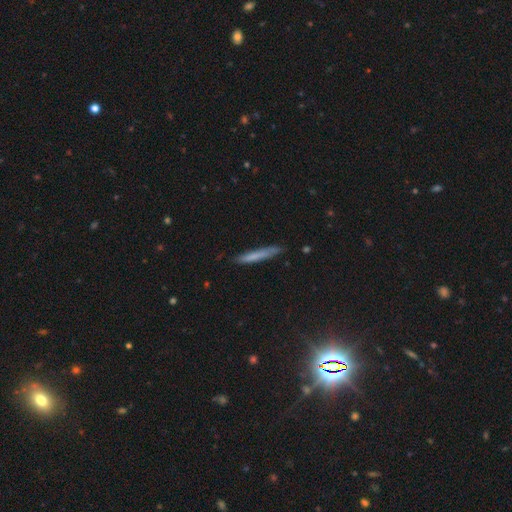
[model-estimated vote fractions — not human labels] Overall: smooth (69%). How rounded: cigar-shaped (95%). Merging: none (83%).